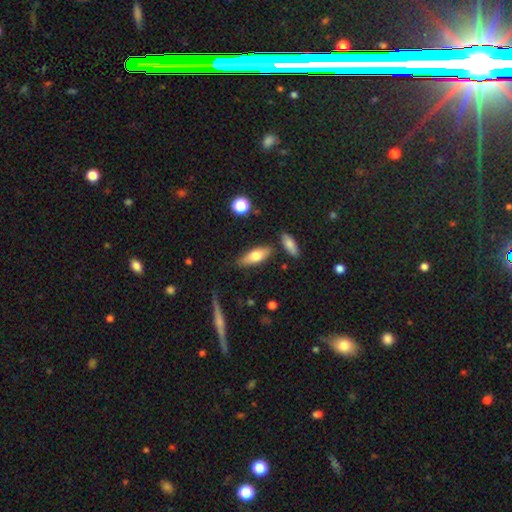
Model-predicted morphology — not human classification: Smooth or featured: smooth — 68% (featured or disk — 25%)
How rounded: in between — 67% (cigar-shaped — 30%)
Merging: none — 75% (minor disturbance — 15%)